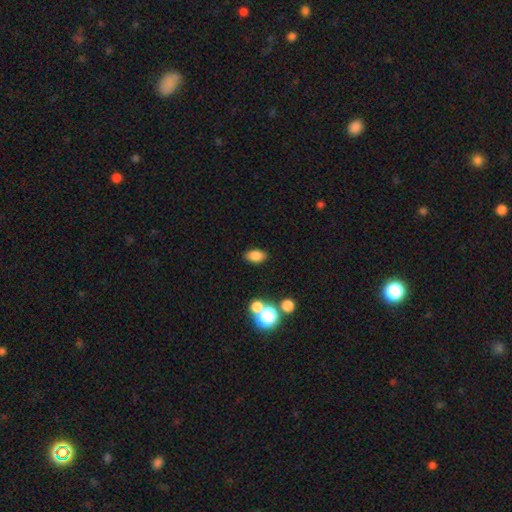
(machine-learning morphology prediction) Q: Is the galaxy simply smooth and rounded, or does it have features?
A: smooth — 81%.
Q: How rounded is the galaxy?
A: in between — 87%.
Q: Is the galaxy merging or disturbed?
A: none — 85%.